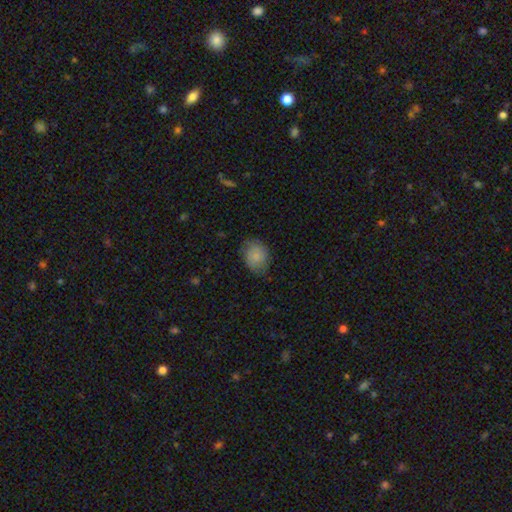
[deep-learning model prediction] Smooth or featured?
  - smooth: 76% *
  - featured or disk: 16%
  - star or artifact: 8%
How rounded?
  - in between: 56% *
  - round: 43%
  - cigar-shaped: 1%
Merging?
  - none: 71% *
  - minor disturbance: 22%
  - major disturbance: 6%
  - merger: 1%